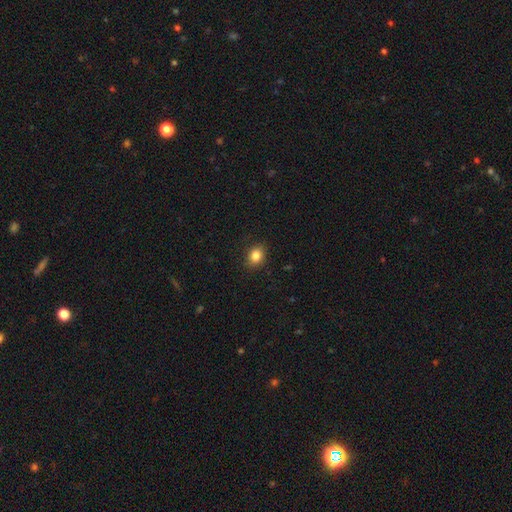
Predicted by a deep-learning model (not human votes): A smooth galaxy with no disk features (85%) that is in between round and cigar-shaped (50%). Merging: none (88%).